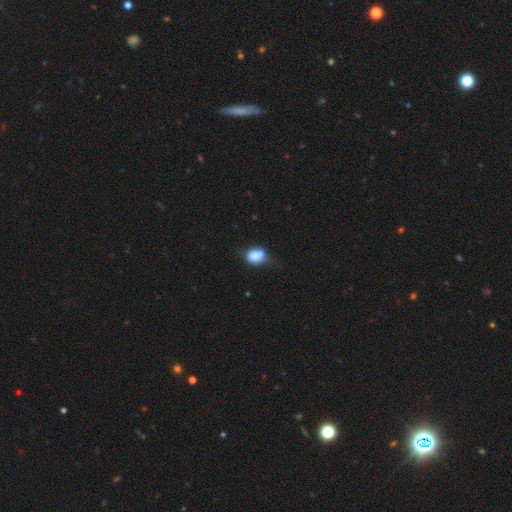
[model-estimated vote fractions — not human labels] Smooth or featured? smooth (78%)
How rounded? in between (69%)
Merging? none (42%)